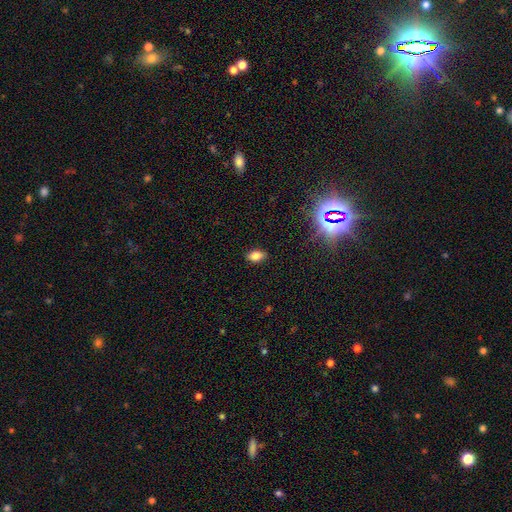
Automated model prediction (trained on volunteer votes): Overall: smooth (80%). How rounded: in between (89%). Merging: none (87%).